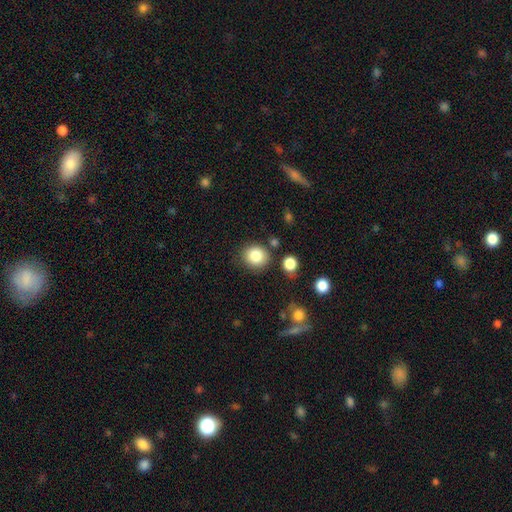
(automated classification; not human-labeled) Smooth or featured? Predicted: smooth (p=0.85). How rounded? Predicted: round (p=0.83). Merging? Predicted: none (p=0.80).